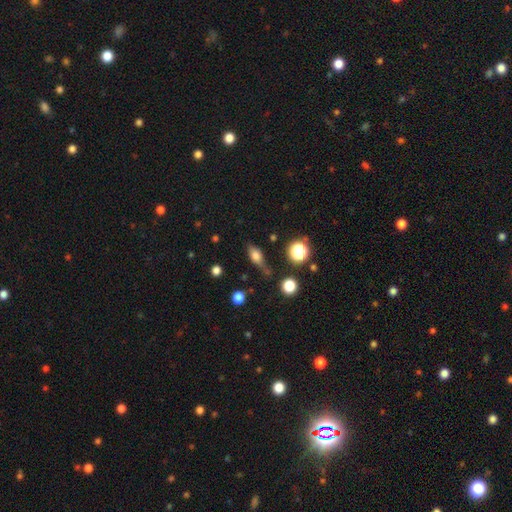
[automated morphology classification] Q: Smooth or featured?
A: smooth (64%); runner-up: featured or disk (23%)
Q: How rounded?
A: in between (63%); runner-up: cigar-shaped (20%)
Q: Merging?
A: none (58%); runner-up: minor disturbance (25%)